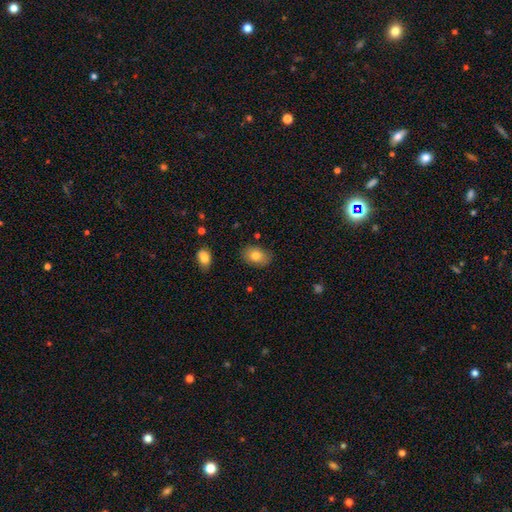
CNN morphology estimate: Smooth or featured: smooth — 79% (featured or disk — 13%)
How rounded: in between — 77% (round — 22%)
Merging: none — 82% (minor disturbance — 13%)